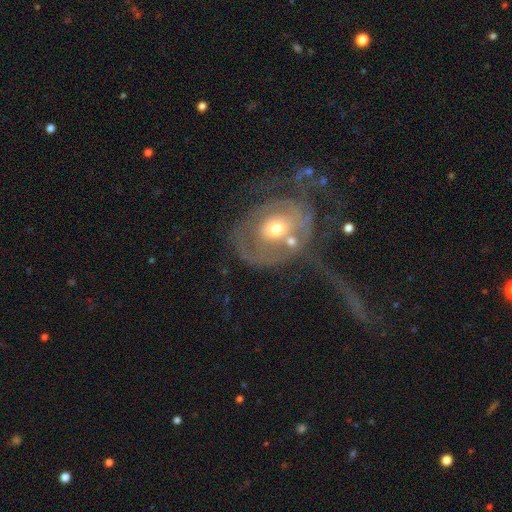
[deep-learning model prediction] Smooth or featured: featured or disk — 75% (smooth — 17%)
Edge-on disk: no — 95% (yes — 5%)
Bar: no — 71% (weak — 21%)
Spiral arms: yes — 65% (no — 35%)
Bulge size: moderate — 68% (small — 25%)
Merging: major disturbance — 35% (merger — 26%)